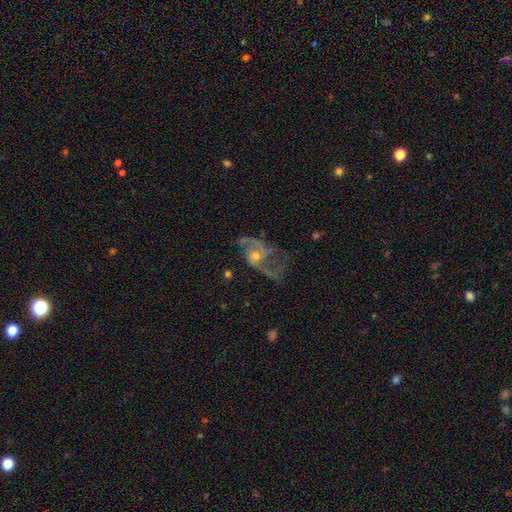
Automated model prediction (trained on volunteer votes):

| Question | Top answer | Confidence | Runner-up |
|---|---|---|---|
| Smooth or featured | featured or disk | 82% | smooth (11%) |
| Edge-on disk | no | 97% | yes (3%) |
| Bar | no | 72% | weak (22%) |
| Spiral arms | yes | 90% | no (10%) |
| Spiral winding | loose | 52% | medium (38%) |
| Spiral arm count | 2 | 78% | can't tell (7%) |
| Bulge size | moderate | 47% | small (46%) |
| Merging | none | 44% | major disturbance (33%) |